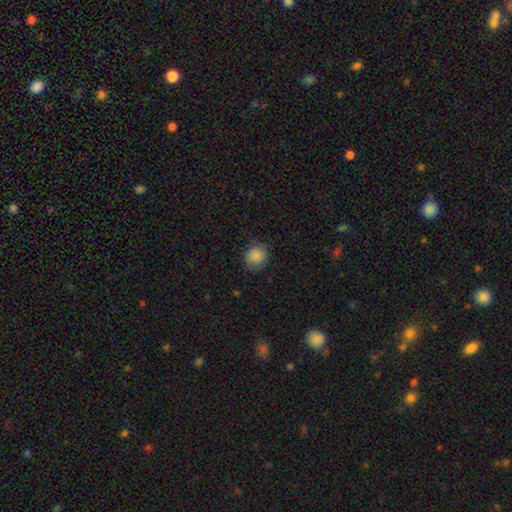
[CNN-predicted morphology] A smooth galaxy with no disk features (86%) that is round (78%). Merging: none (79%).